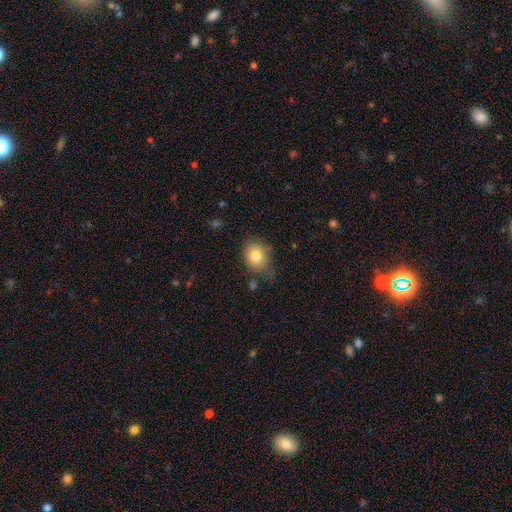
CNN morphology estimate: This is clearly a smooth galaxy (80%). How rounded: possibly round (58%). Merging: likely none (62%).